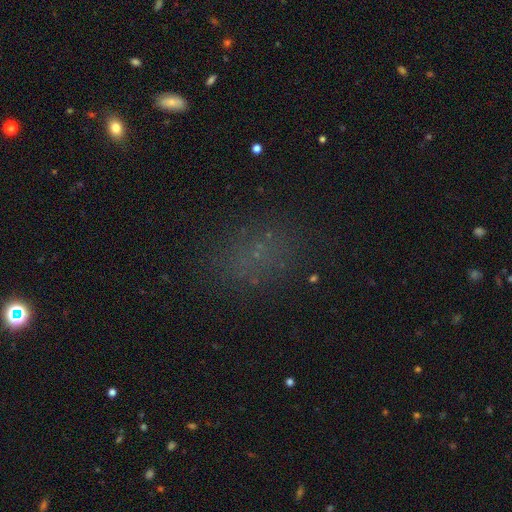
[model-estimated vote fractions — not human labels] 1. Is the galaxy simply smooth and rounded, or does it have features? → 58% smooth, 30% star or artifact, 12% featured or disk.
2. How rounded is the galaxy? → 69% in between, 28% round, 3% cigar-shaped.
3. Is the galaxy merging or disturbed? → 76% none, 13% minor disturbance, 8% major disturbance, 2% merger.